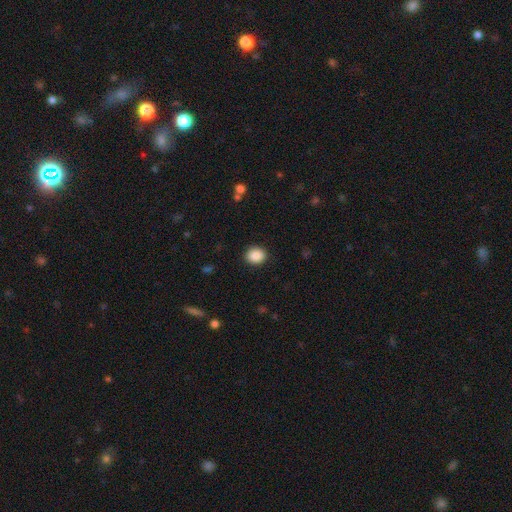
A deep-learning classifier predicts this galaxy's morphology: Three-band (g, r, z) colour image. It shows a smooth galaxy with no disk features (88%) that is round (73%). Merging: none (91%).